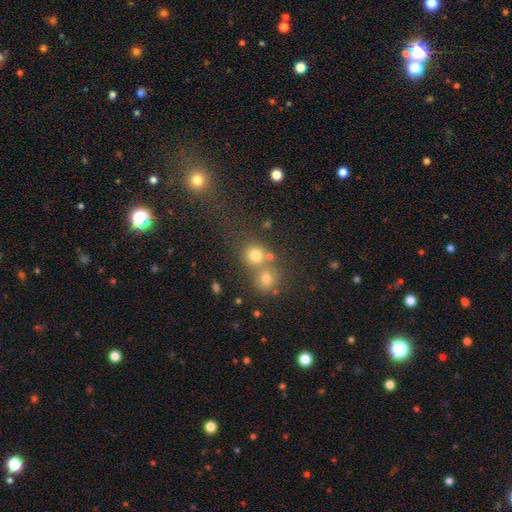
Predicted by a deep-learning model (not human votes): smooth_or_featured: smooth (p=0.73) [alt: star or artifact p=0.17]
how_rounded: round (p=0.86) [alt: in between p=0.13]
merging: none (p=0.52) [alt: merger p=0.37]